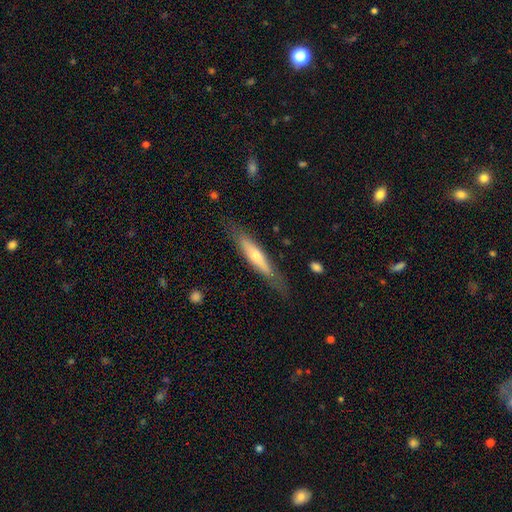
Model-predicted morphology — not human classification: featured or disk 52%, smooth 42%, star or artifact 6%. Down the decision tree: edge-on disk — yes (86%); merging — none (80%).